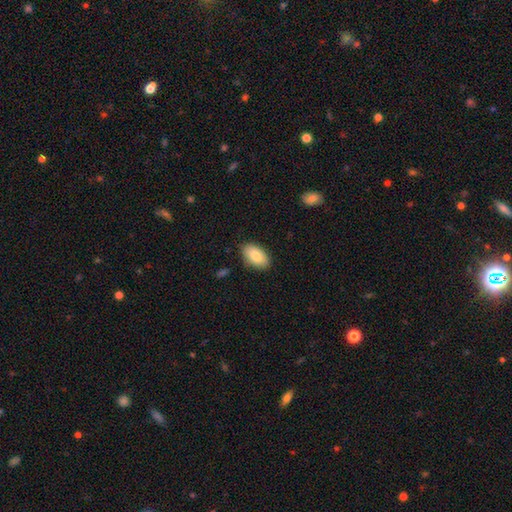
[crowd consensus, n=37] Morphology: type=smooth (86%); roundness=in between (97%); merging=none (81%).